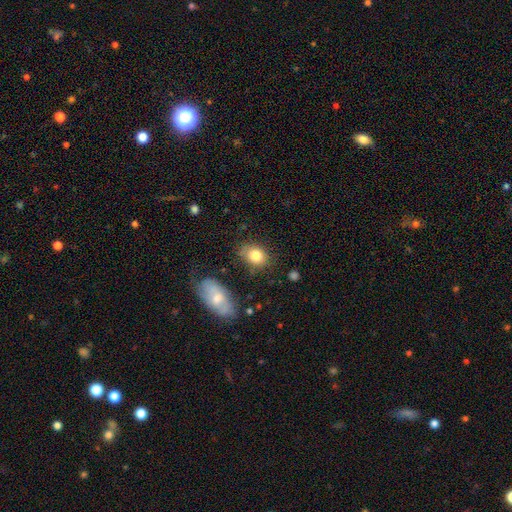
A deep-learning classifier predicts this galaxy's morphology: Smooth or featured? smooth (81%)
How rounded? in between (65%)
Merging? none (72%)